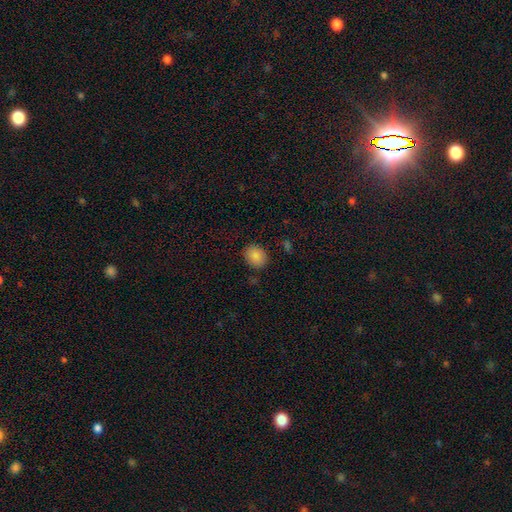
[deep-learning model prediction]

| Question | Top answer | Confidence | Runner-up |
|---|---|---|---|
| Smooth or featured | smooth | 87% | star or artifact (9%) |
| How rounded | round | 57% | in between (42%) |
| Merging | none | 85% | minor disturbance (11%) |